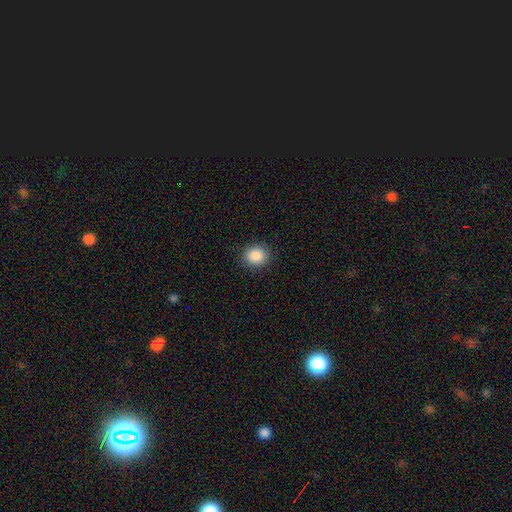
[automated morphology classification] A smooth galaxy with no disk features (88%) that is round (76%).

Vote fractions:
- Smooth or featured? smooth: 88% / star or artifact: 9% / featured or disk: 3%
- How rounded? round: 76% / in between: 23% / cigar-shaped: 1%
- Merging? none: 90% / minor disturbance: 7% / major disturbance: 2% / merger: 1%